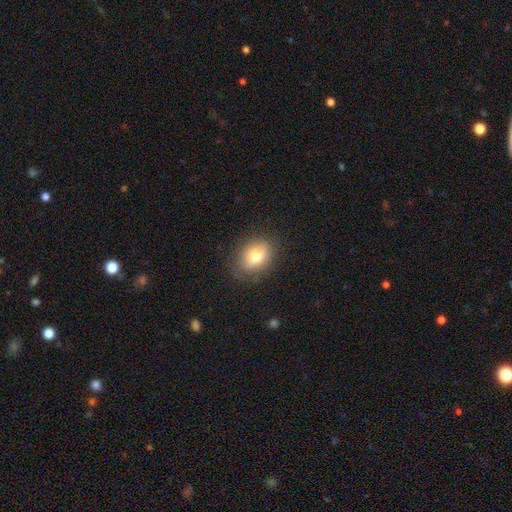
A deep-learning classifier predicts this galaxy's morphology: type=smooth (72%); roundness=in between (58%); merging=none (81%).